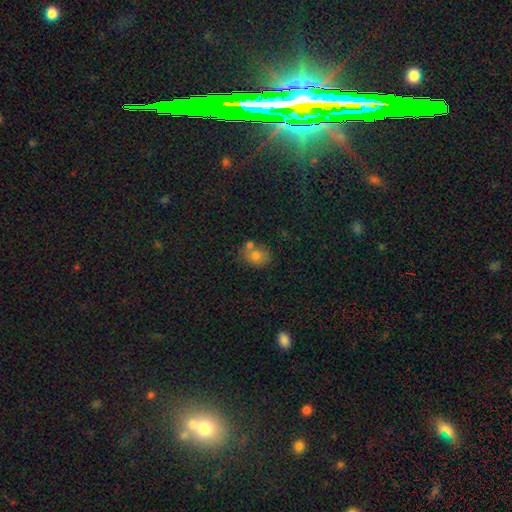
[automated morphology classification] A smooth galaxy with no disk features (76%) that is in between round and cigar-shaped (51%).

Vote fractions:
- Smooth or featured? smooth: 76% / featured or disk: 12% / star or artifact: 11%
- How rounded? in between: 51% / round: 48% / cigar-shaped: 1%
- Merging? none: 56% / merger: 24% / minor disturbance: 16% / major disturbance: 4%